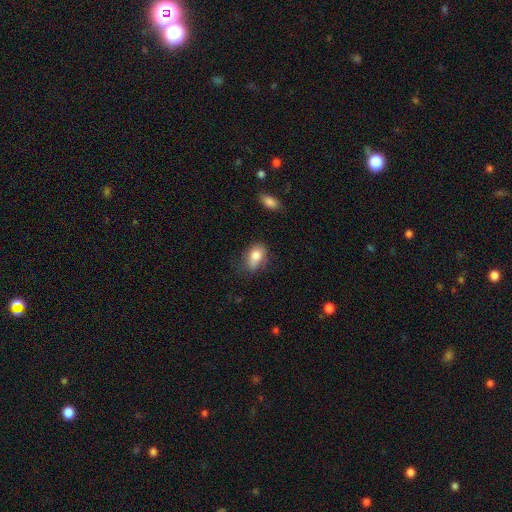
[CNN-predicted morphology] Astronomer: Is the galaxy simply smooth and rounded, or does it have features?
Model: smooth — 80%.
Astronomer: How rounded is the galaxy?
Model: in between — 81%.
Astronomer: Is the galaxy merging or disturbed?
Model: none — 54% (runner-up: minor disturbance, 32%).